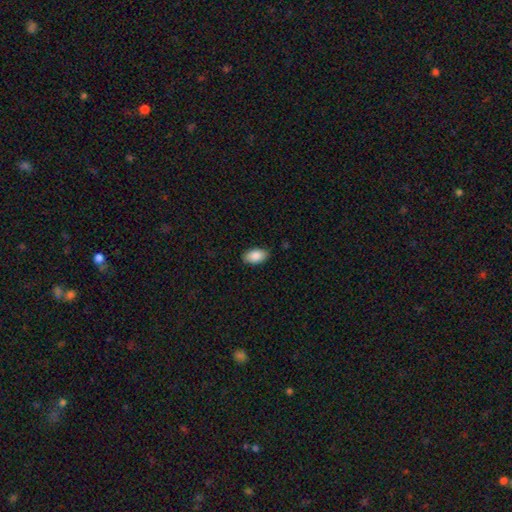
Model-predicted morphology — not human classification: This appears to be a smooth galaxy with no disk features (88%) that is in between round and cigar-shaped (94%). Merging: none (85%).